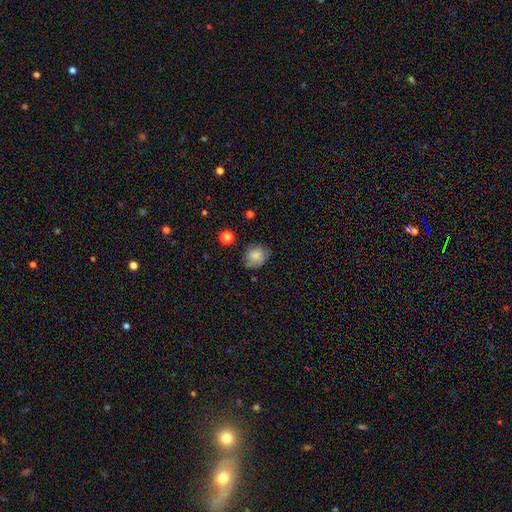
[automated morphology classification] This is clearly a smooth galaxy (80%). How rounded: likely round (68%). Merging: likely none (69%).